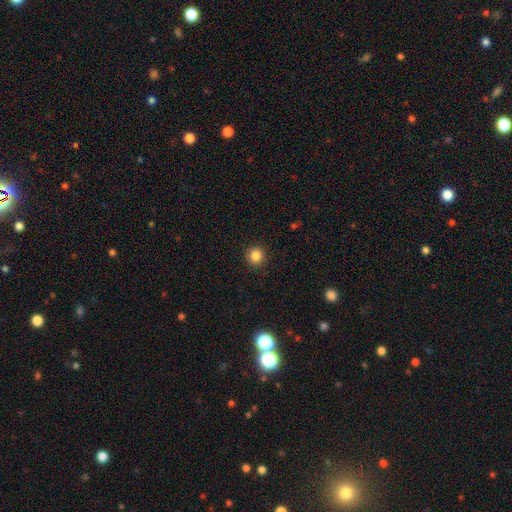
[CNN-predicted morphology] The model was most divided on "smooth or featured": smooth: 84%, star or artifact: 11%, featured or disk: 4%. More confident: merging — none (91%); how rounded — round (90%).